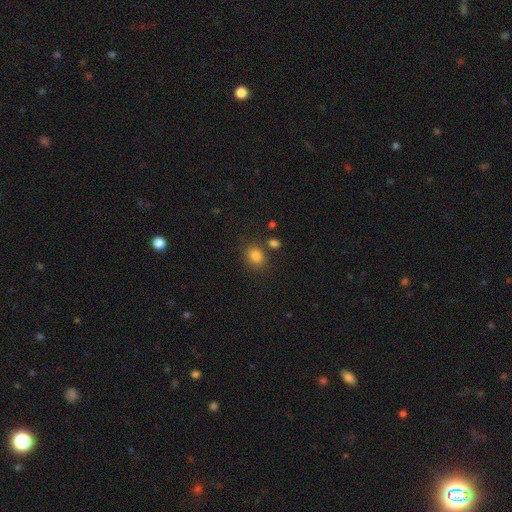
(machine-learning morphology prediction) Q: Smooth or featured?
A: smooth (83%); runner-up: star or artifact (12%)
Q: How rounded?
A: round (58%); runner-up: in between (41%)
Q: Merging?
A: none (76%); runner-up: minor disturbance (12%)